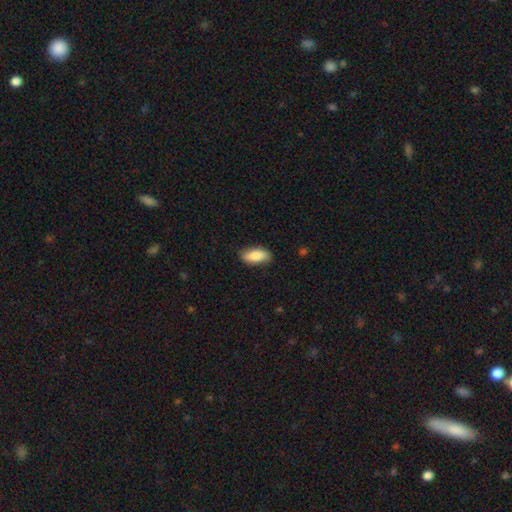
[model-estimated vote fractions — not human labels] smooth 84%, featured or disk 10%, star or artifact 6%. Down the decision tree: how rounded — in between (87%); merging — none (84%).